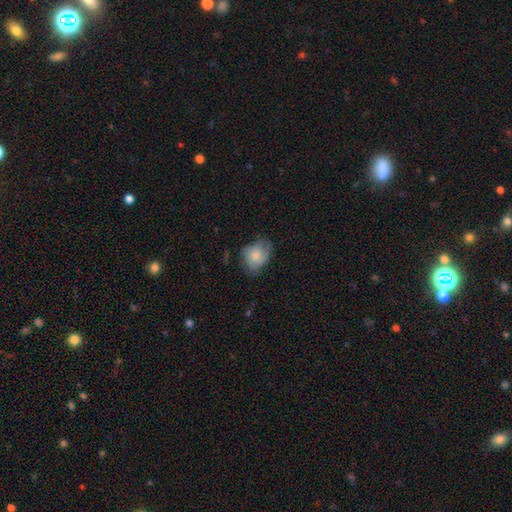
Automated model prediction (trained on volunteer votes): smooth_or_featured: smooth (p=0.66) [alt: featured or disk p=0.26]
how_rounded: in between (p=0.62) [alt: round p=0.37]
merging: none (p=0.54) [alt: minor disturbance p=0.32]